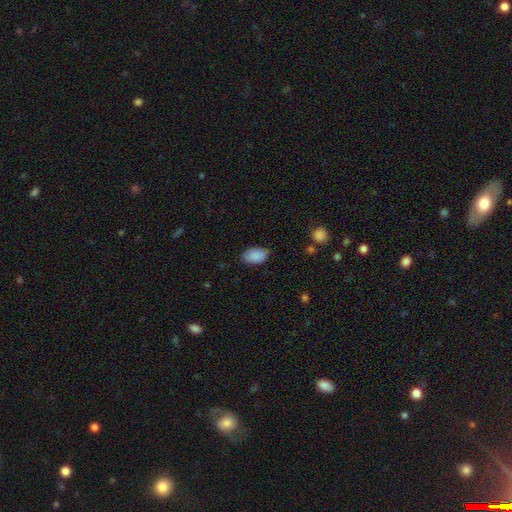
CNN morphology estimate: A smooth galaxy with no disk features (89%) that is in between round and cigar-shaped (92%). Merging: none (78%).